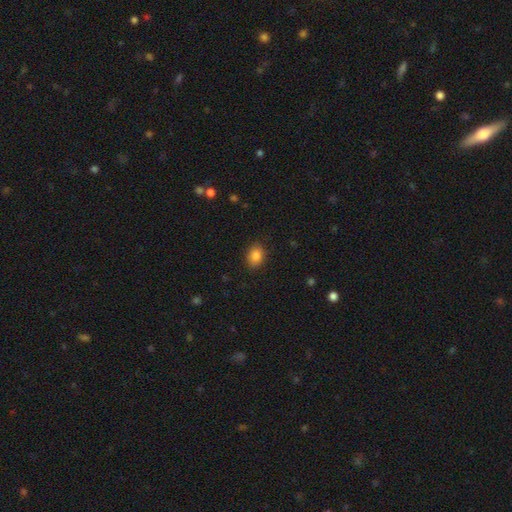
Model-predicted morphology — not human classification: Smooth or featured? smooth (86%)
How rounded? in between (66%)
Merging? none (87%)